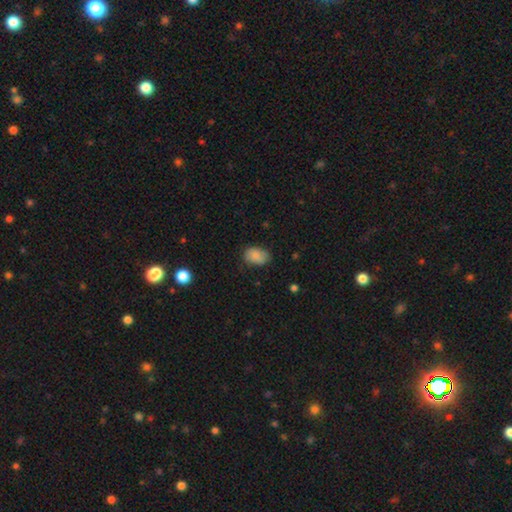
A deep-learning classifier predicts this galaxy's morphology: Overall: smooth (86%). How rounded: in between (84%). Merging: none (72%).